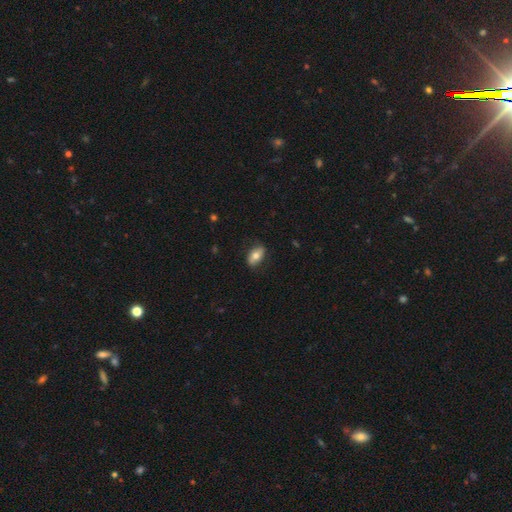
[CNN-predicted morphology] Smooth or featured: smooth — 72% (featured or disk — 21%)
How rounded: in between — 90% (round — 6%)
Merging: none — 81% (minor disturbance — 15%)